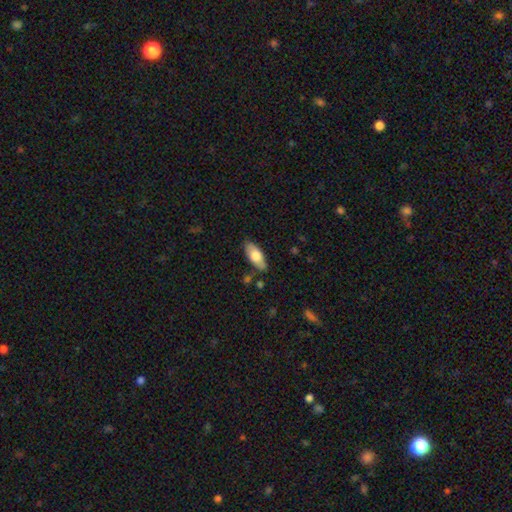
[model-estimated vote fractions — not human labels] A smooth galaxy with no disk features (73%) that is in between round and cigar-shaped (83%). Merging: none (82%).